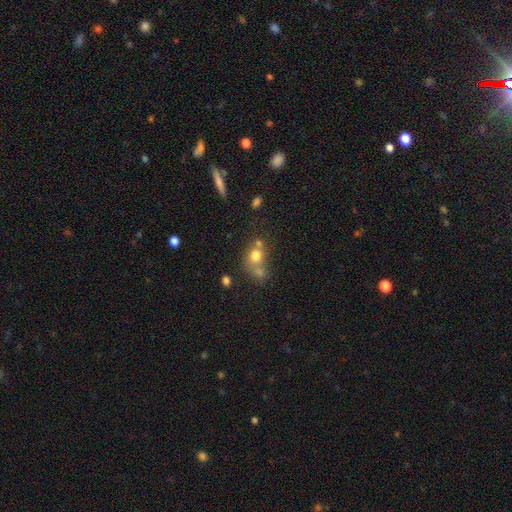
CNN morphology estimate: A smooth galaxy with no disk features (71%) that is round (72%). Merging: merger (46%).